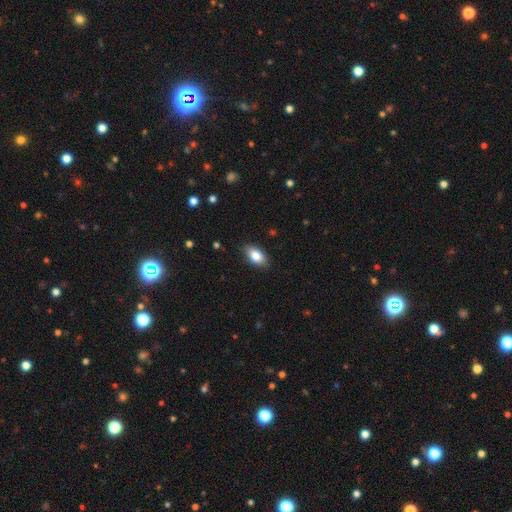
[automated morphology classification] type=smooth (82%); roundness=in between (91%); merging=none (87%).